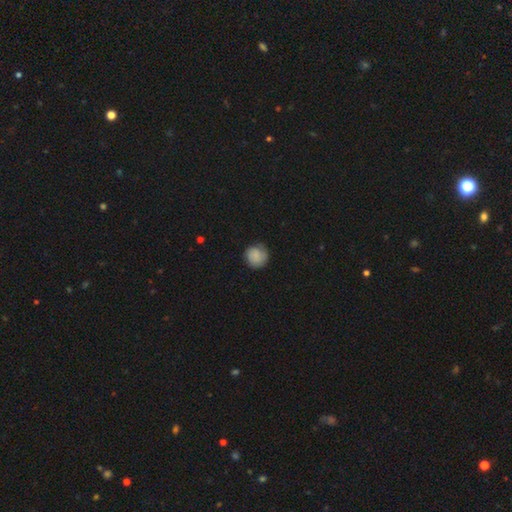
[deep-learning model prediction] Smooth or featured?
  - smooth: 81% *
  - featured or disk: 12%
  - star or artifact: 7%
How rounded?
  - round: 91% *
  - in between: 8%
  - cigar-shaped: 1%
Merging?
  - none: 75% *
  - minor disturbance: 19%
  - major disturbance: 4%
  - merger: 1%